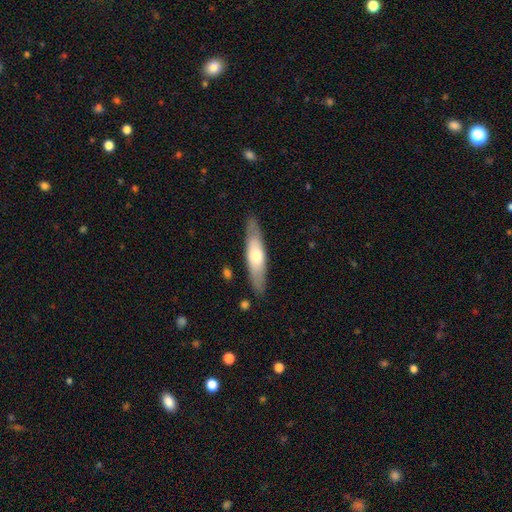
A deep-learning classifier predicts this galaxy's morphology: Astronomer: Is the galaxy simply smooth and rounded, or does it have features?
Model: smooth — 51% (runner-up: featured or disk, 44%).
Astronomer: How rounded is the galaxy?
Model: cigar-shaped — 73%.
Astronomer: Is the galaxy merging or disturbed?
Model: none — 86%.